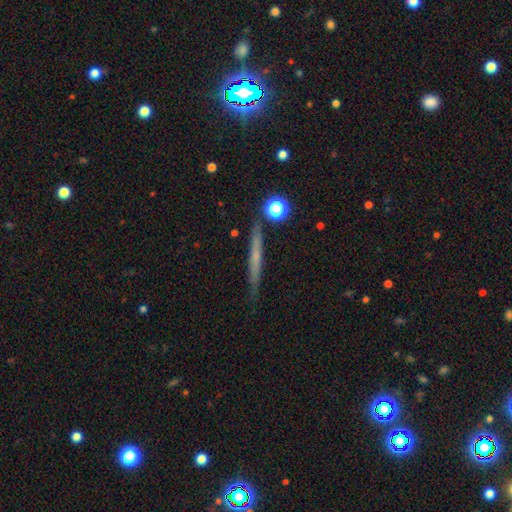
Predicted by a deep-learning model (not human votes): Smooth or featured: featured or disk — 49% (smooth — 42%)
Merging: none — 87% (minor disturbance — 9%)